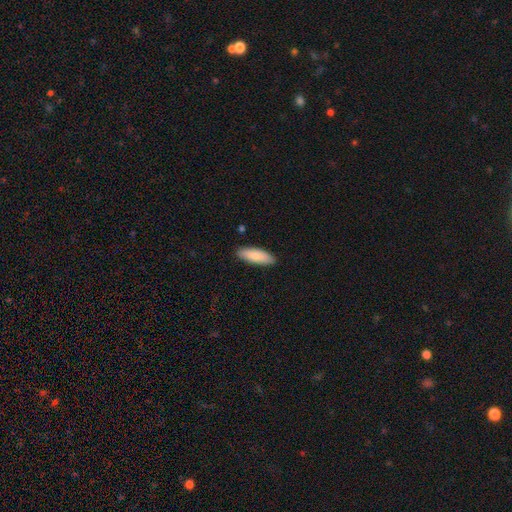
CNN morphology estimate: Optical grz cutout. It shows a smooth galaxy with no disk features (83%) that is in between round and cigar-shaped (59%). Merging: none (89%).